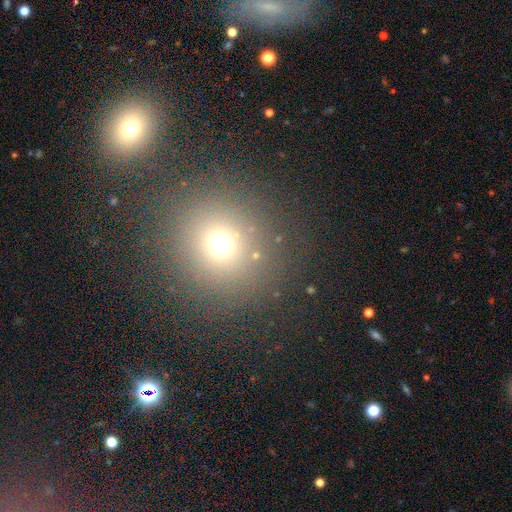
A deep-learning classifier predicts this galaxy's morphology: Smooth or featured: smooth — 65% (star or artifact — 26%)
How rounded: round — 90% (in between — 9%)
Merging: none — 83% (minor disturbance — 7%)